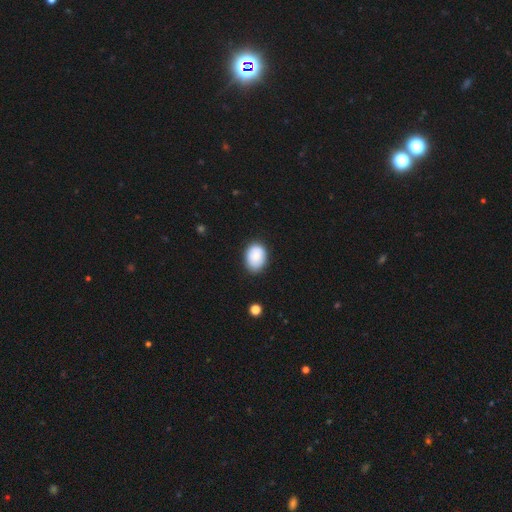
Morphology: type=smooth (84%); roundness=in between (66%); merging=none (76%).